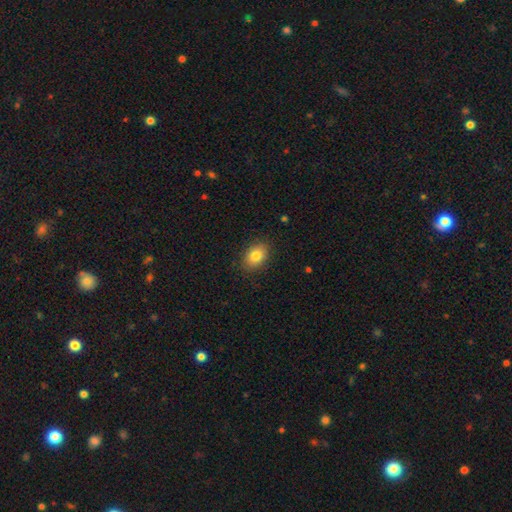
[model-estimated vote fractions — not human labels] Smooth or featured? Predicted: smooth (p=0.83). How rounded? Predicted: in between (p=0.74). Merging? Predicted: none (p=0.87).